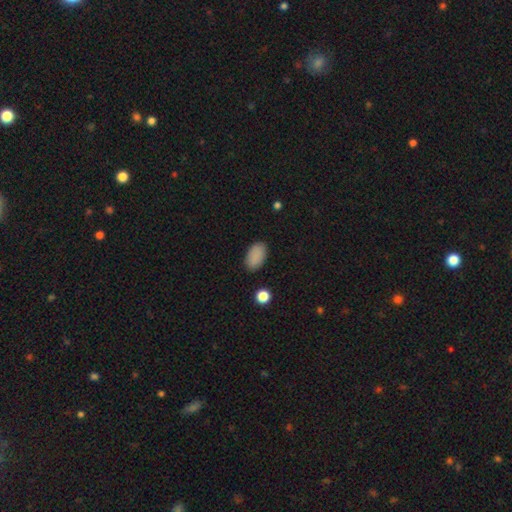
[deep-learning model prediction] smooth 88%, star or artifact 8%, featured or disk 4%. Down the decision tree: how rounded — in between (93%); merging — none (86%).